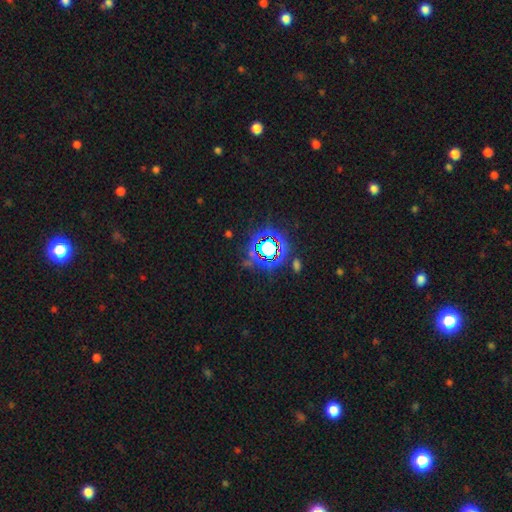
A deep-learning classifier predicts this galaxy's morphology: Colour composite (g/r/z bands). It shows a star or artifact, not a galaxy (81%).